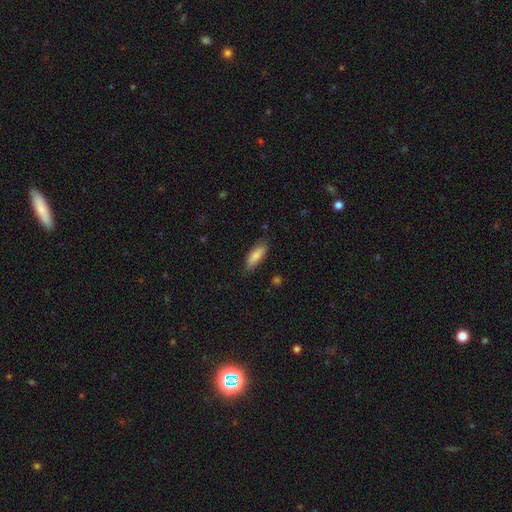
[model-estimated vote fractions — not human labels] A smooth galaxy with no disk features (83%) that is in between round and cigar-shaped (61%).

Vote fractions:
- Smooth or featured? smooth: 83% / featured or disk: 11% / star or artifact: 6%
- How rounded? in between: 61% / cigar-shaped: 38% / round: 2%
- Merging? none: 78% / minor disturbance: 17% / major disturbance: 3% / merger: 1%